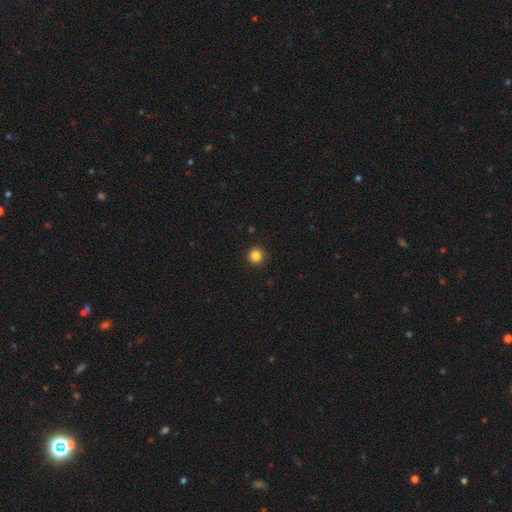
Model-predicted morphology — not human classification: A smooth galaxy with no disk features (84%) that is round (95%). Merging: none (93%).